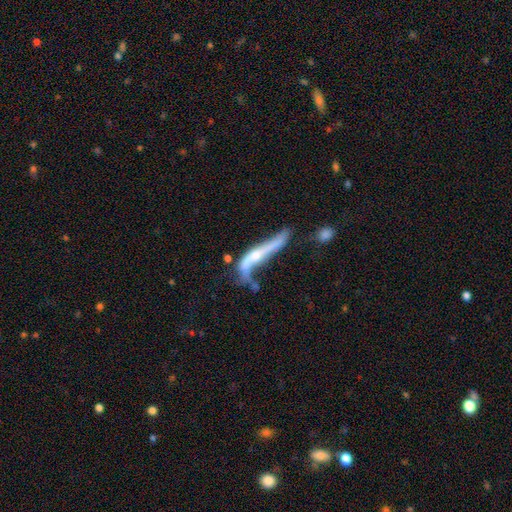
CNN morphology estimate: A featured or disk galaxy (63%) viewed edge-on (57%). Merging: major disturbance (30%).